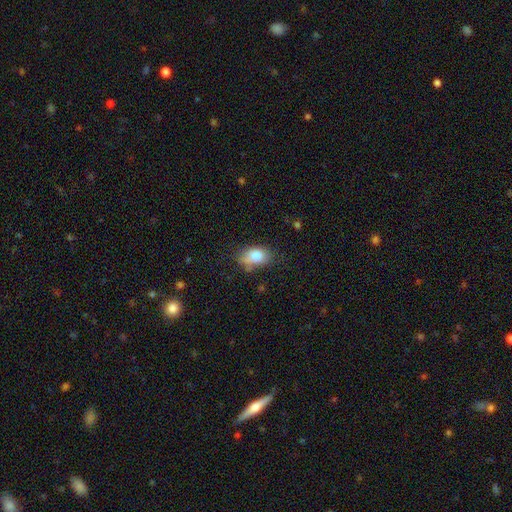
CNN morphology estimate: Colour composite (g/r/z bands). It shows a smooth galaxy with no disk features (82%) that is in between round and cigar-shaped (85%). Merging: none (57%).